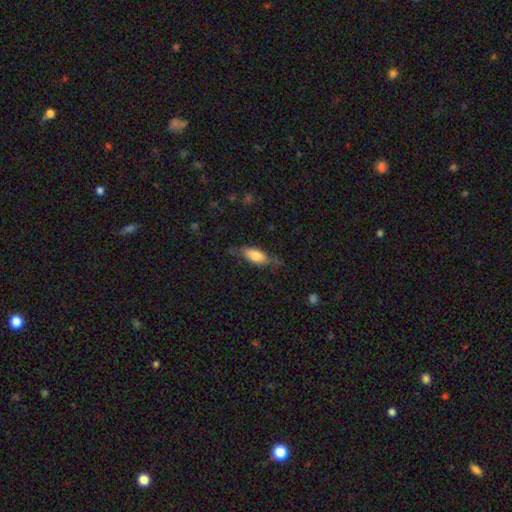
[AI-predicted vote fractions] Smooth or featured: smooth — 67% (featured or disk — 27%)
How rounded: in between — 73% (cigar-shaped — 24%)
Merging: none — 62% (minor disturbance — 26%)